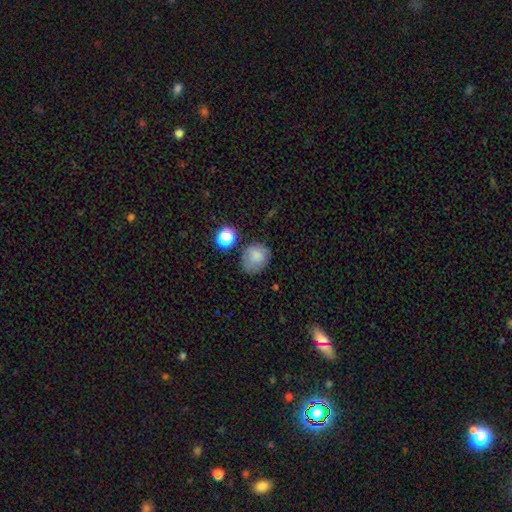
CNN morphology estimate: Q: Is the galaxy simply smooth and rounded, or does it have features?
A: smooth — 80%.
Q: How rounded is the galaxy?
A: round — 65%.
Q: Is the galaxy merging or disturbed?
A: none — 67%.